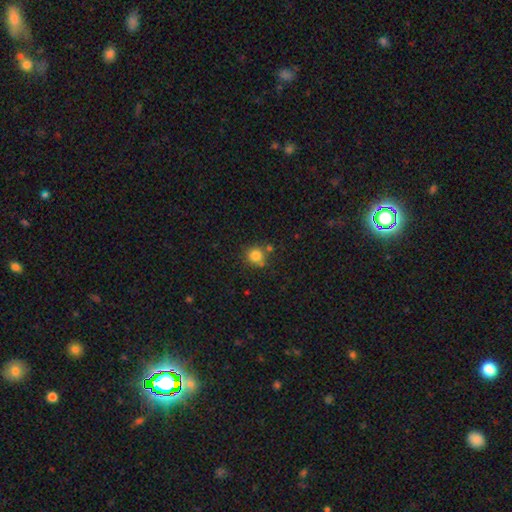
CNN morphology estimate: Smooth or featured? smooth (82%)
How rounded? round (90%)
Merging? none (74%)